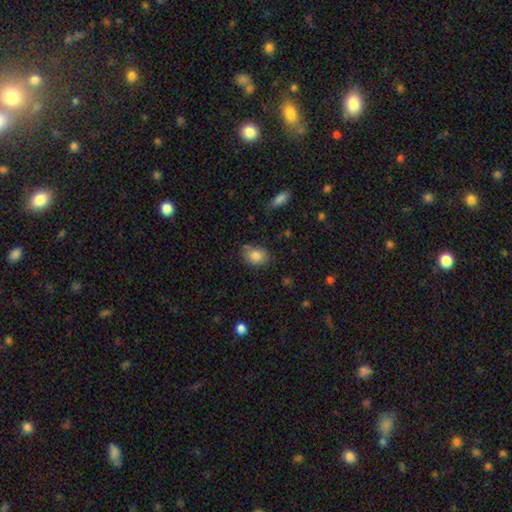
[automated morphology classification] This appears to be a smooth galaxy with no disk features (83%) that is in between round and cigar-shaped (72%). Merging: none (72%).